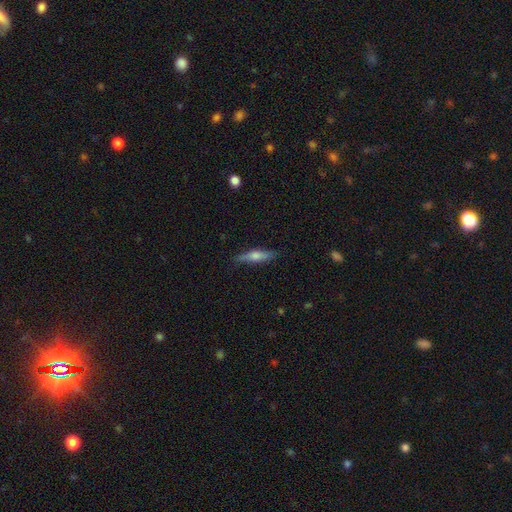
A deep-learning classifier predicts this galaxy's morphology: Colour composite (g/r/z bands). It shows a smooth galaxy with no disk features (52%) that is cigar-shaped (81%). Merging: none (82%).